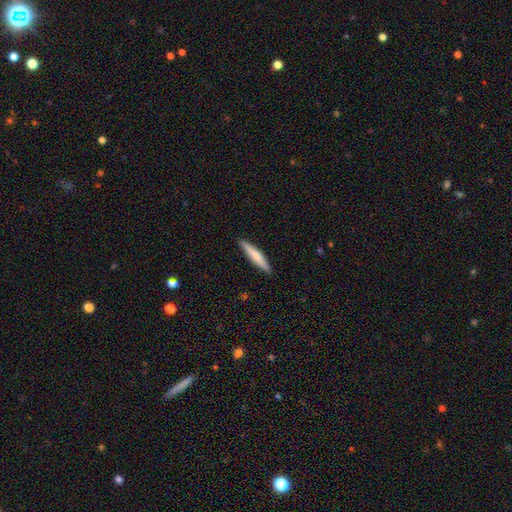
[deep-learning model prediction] Morphology: type=smooth (65%); roundness=cigar-shaped (92%); merging=none (91%).